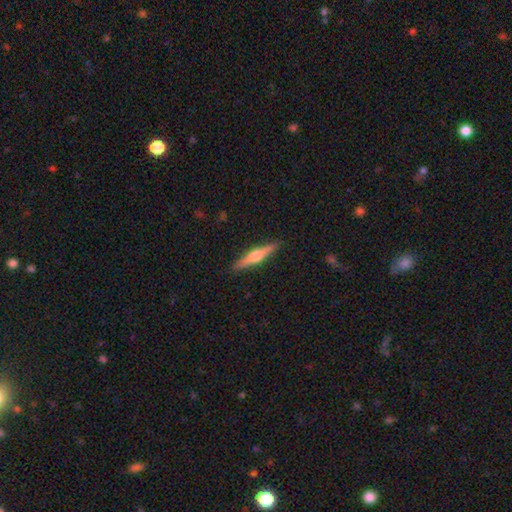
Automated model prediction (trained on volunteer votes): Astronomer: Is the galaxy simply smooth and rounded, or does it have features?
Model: featured or disk — 60%.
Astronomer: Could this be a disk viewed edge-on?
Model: yes — 97%.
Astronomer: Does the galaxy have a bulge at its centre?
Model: rounded — 90%.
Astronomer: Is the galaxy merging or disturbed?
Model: none — 90%.